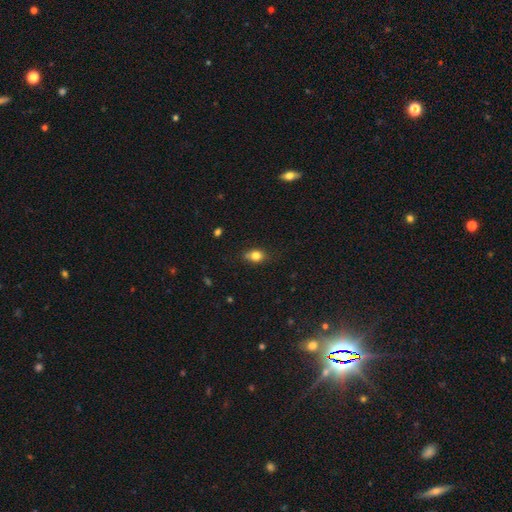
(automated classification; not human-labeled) Overall: smooth (79%). How rounded: in between (53%; round 45%). Merging: none (66%).